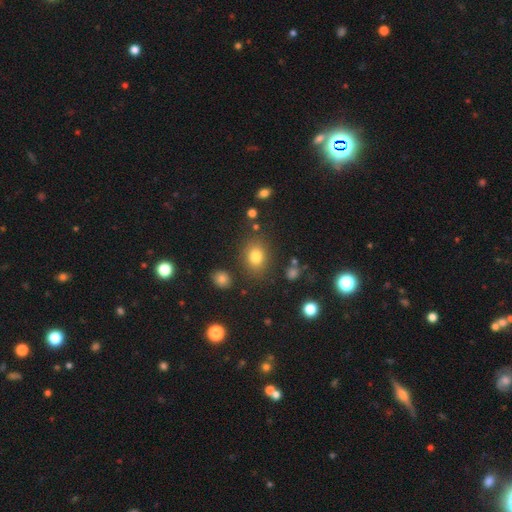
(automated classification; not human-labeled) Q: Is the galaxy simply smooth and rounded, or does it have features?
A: smooth — 79%.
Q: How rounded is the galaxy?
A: in between — 57%.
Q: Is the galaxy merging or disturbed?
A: none — 81%.